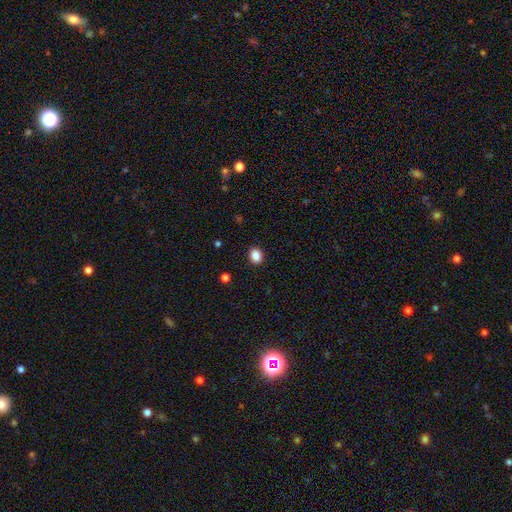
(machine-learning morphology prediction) This appears to be a smooth galaxy with no disk features (87%) that is in between round and cigar-shaped (58%). Merging: none (90%).